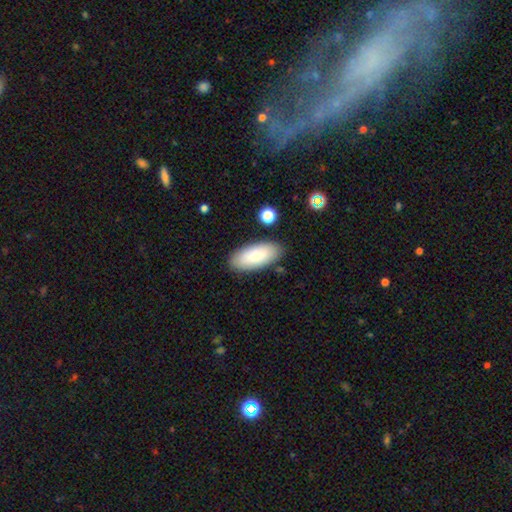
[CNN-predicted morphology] Smooth or featured? smooth (85%)
How rounded? in between (88%)
Merging? none (84%)